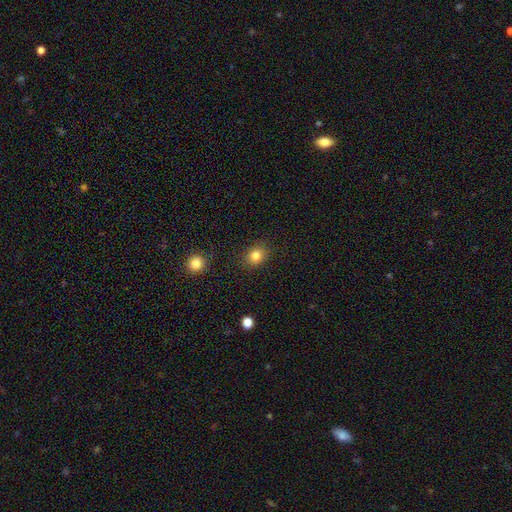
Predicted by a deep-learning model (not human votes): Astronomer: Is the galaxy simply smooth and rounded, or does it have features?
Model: smooth — 83%.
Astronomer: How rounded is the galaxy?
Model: round — 62% (runner-up: in between, 37%).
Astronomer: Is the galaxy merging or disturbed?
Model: none — 87%.